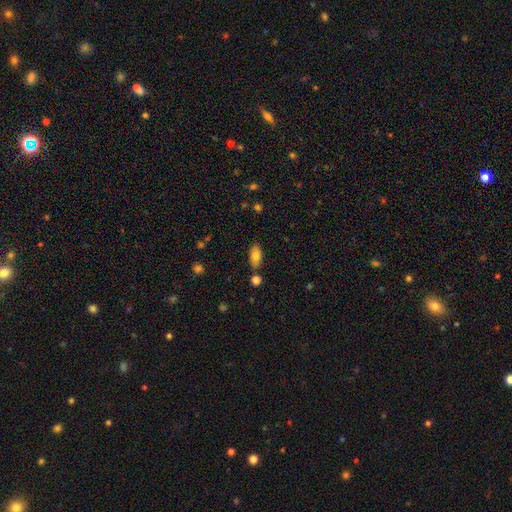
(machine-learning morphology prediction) A smooth galaxy with no disk features (78%) that is in between round and cigar-shaped (87%). Merging: none (82%).